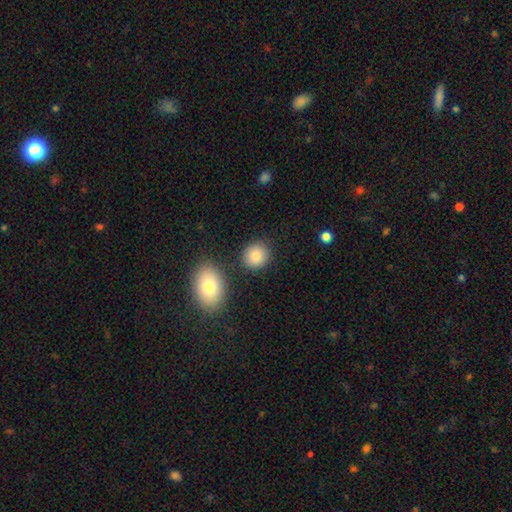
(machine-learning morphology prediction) A smooth galaxy with no disk features (85%) that is round (78%).

Vote fractions:
- Smooth or featured? smooth: 85% / star or artifact: 9% / featured or disk: 6%
- How rounded? round: 78% / in between: 21% / cigar-shaped: 1%
- Merging? none: 83% / minor disturbance: 8% / merger: 6% / major disturbance: 3%